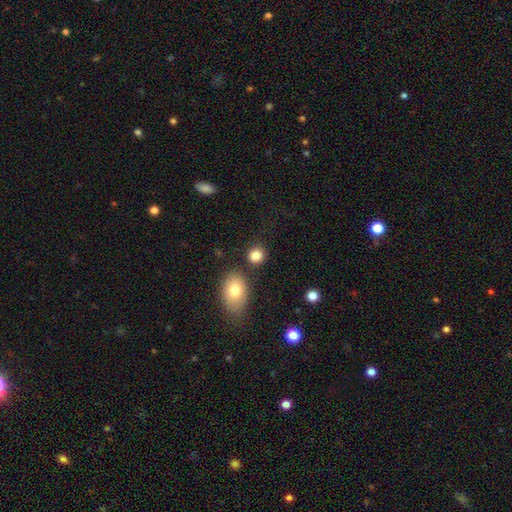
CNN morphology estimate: Smooth or featured? Predicted: smooth (p=0.85). How rounded? Predicted: round (p=0.74). Merging? Predicted: none (p=0.78).